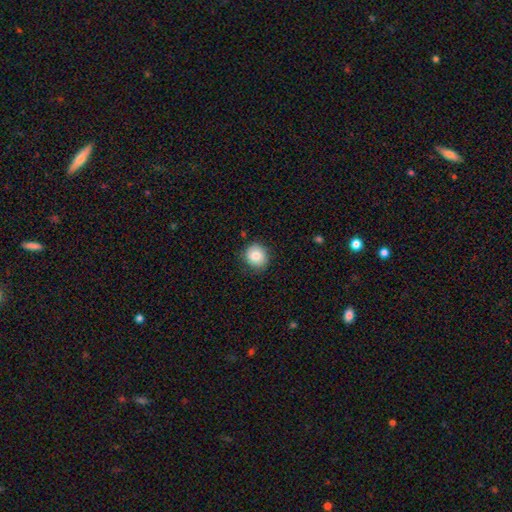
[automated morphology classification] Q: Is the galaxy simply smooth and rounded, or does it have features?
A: smooth — 81%.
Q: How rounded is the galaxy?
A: round — 81%.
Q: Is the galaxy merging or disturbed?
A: none — 83%.